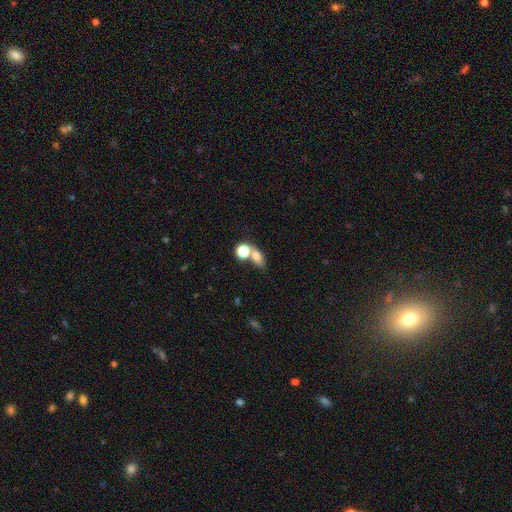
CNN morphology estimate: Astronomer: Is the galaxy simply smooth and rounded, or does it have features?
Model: smooth — 72%.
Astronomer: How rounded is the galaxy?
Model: in between — 64%.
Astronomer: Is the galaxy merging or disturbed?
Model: merger — 42% (runner-up: none, 41%).